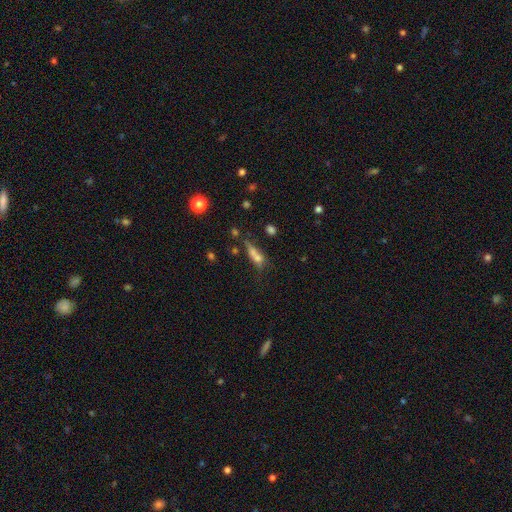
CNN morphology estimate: Q: Smooth or featured?
A: smooth (60%); runner-up: featured or disk (26%)
Q: How rounded?
A: in between (49%); runner-up: cigar-shaped (36%)
Q: Merging?
A: merger (33%); tied with: none (33%)